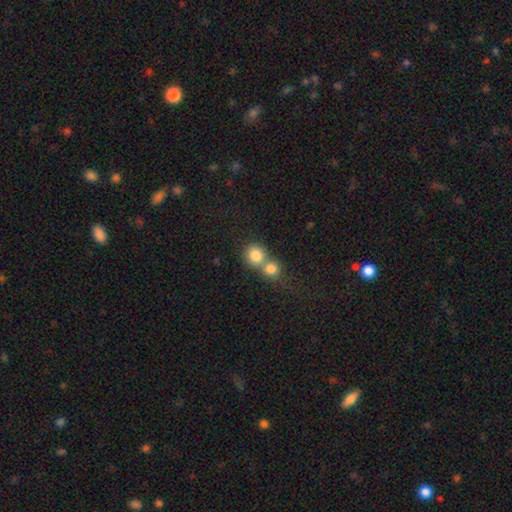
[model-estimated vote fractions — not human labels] Overall: smooth (81%). How rounded: round (87%). Merging: merger (57%; none 36%).